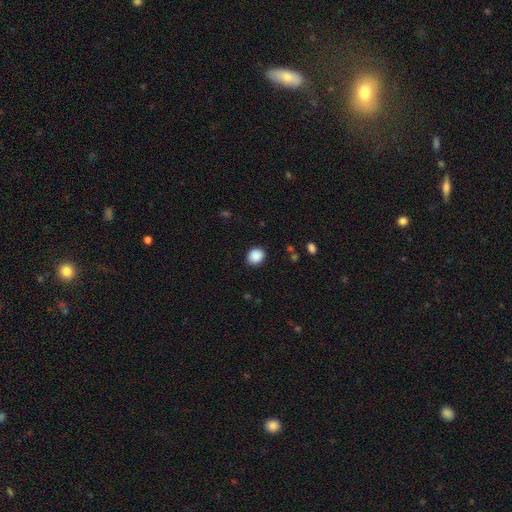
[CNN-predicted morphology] smooth-or-featured: smooth: 89% | star or artifact: 8% | featured or disk: 3%
  how-rounded: round: 71% | in between: 28% | cigar-shaped: 1%
  merging: none: 88% | minor disturbance: 8% | major disturbance: 2% | merger: 1%